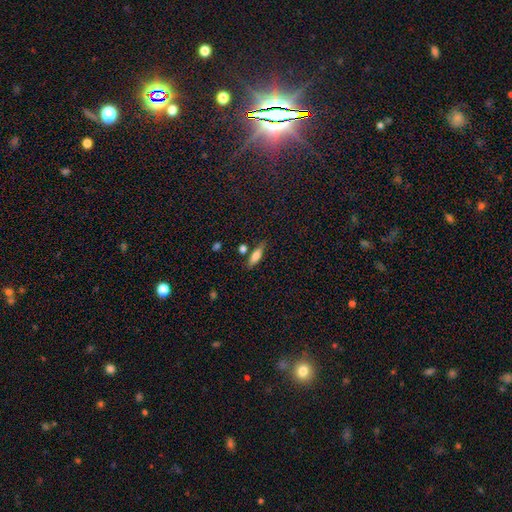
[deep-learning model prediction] This is likely a smooth galaxy (75%). How rounded: possibly in between (50%). Merging: likely none (72%).